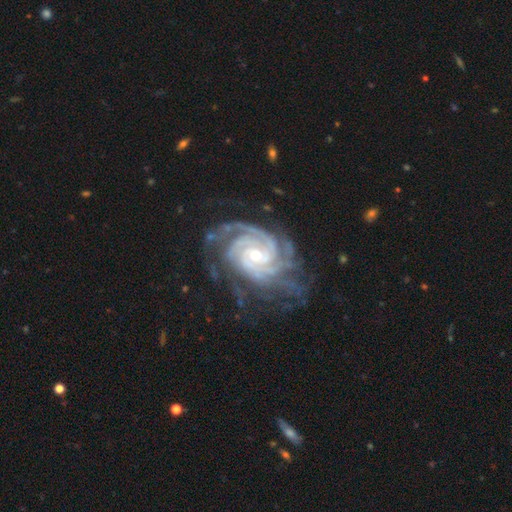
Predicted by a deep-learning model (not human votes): smooth_or_featured: featured or disk (p=0.93) [alt: star or artifact p=0.04]
disk_edge_on: no (p=0.98) [alt: yes p=0.02]
bar: no (p=0.54) [alt: weak p=0.33]
has_spiral_arms: yes (p=0.99) [alt: no p=0.01]
spiral_winding: tight (p=0.77) [alt: medium p=0.21]
spiral_arm_count: 4 (p=0.32) [alt: 3 p=0.20]
bulge_size: small (p=0.52) [alt: moderate p=0.44]
merging: none (p=0.70) [alt: minor disturbance p=0.19]